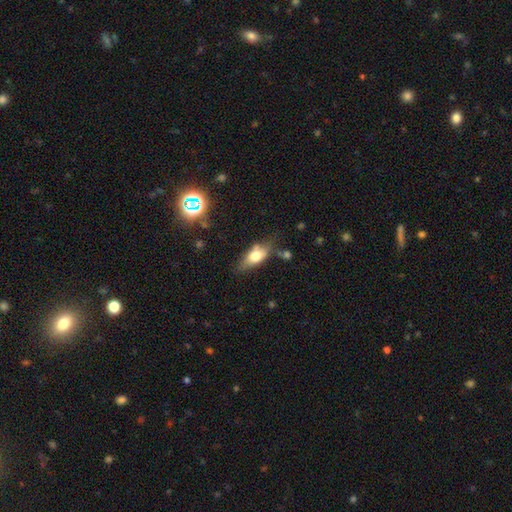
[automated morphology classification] smooth-or-featured: smooth: 62% | featured or disk: 30% | star or artifact: 9%
  how-rounded: in between: 77% | cigar-shaped: 18% | round: 5%
  merging: none: 63% | minor disturbance: 24% | major disturbance: 7% | merger: 6%